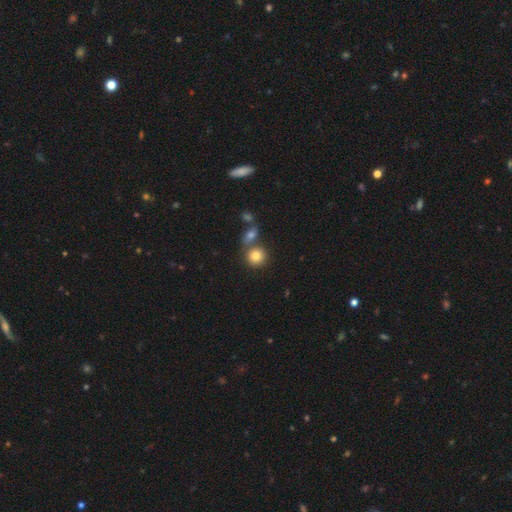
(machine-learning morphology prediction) A smooth galaxy with no disk features (81%) that is round (86%).

Vote fractions:
- Smooth or featured? smooth: 81% / star or artifact: 10% / featured or disk: 9%
- How rounded? round: 86% / in between: 13% / cigar-shaped: 1%
- Merging? none: 59% / merger: 29% / minor disturbance: 9% / major disturbance: 3%